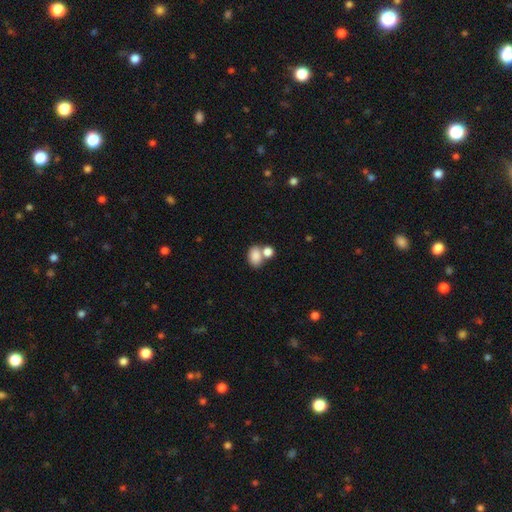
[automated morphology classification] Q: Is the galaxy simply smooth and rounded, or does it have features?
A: smooth — 83%.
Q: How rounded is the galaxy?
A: in between — 77%.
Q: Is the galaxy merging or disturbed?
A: merger — 44%.